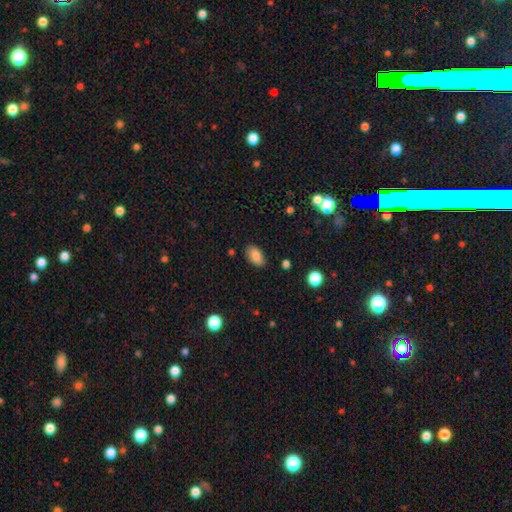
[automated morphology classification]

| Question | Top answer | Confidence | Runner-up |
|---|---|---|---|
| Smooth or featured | smooth | 83% | star or artifact (8%) |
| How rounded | in between | 91% | round (7%) |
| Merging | none | 84% | minor disturbance (12%) |